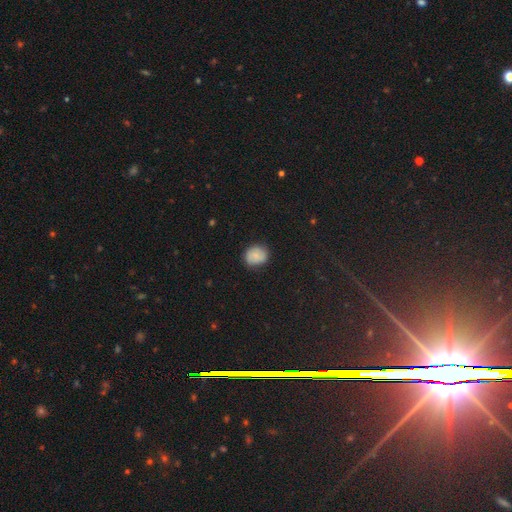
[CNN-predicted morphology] This is likely a smooth galaxy (78%). How rounded: likely round (67%). Merging: likely none (79%).